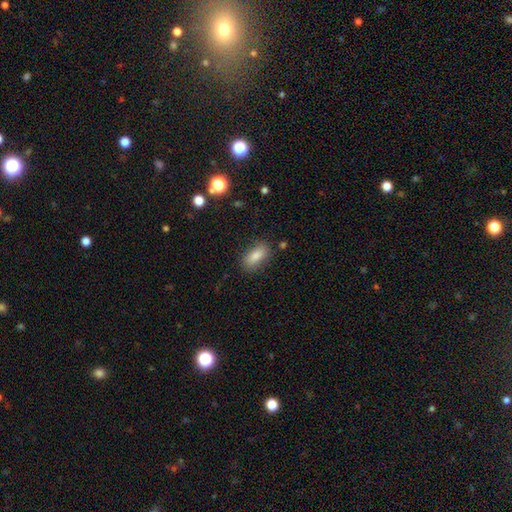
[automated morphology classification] smooth-or-featured: smooth: 81% | star or artifact: 10% | featured or disk: 9%
  how-rounded: in between: 84% | cigar-shaped: 11% | round: 5%
  merging: none: 84% | minor disturbance: 11% | major disturbance: 3% | merger: 2%